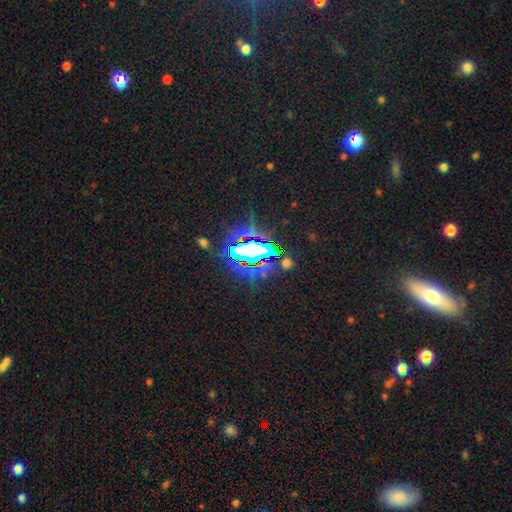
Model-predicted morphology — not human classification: A star or artifact, not a galaxy (71%).